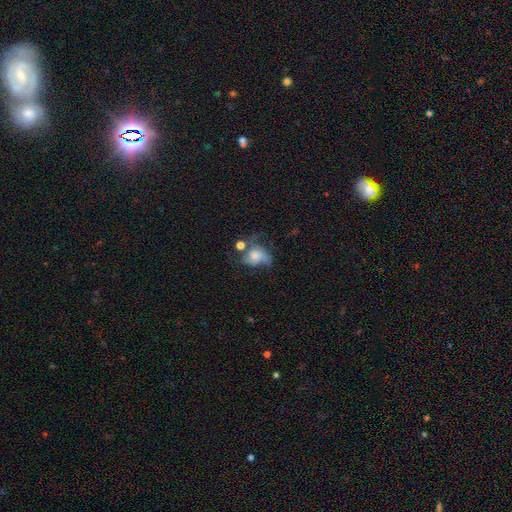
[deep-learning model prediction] Smooth or featured? Predicted: featured or disk (p=0.45). Merging? Predicted: major disturbance (p=0.35).